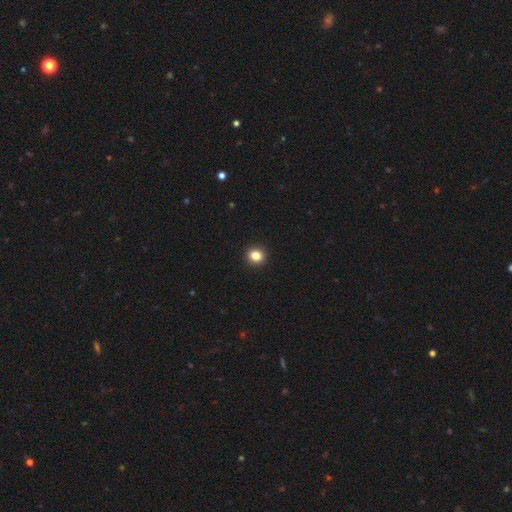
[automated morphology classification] This appears to be a smooth galaxy with no disk features (84%) that is round (86%). Merging: none (94%).